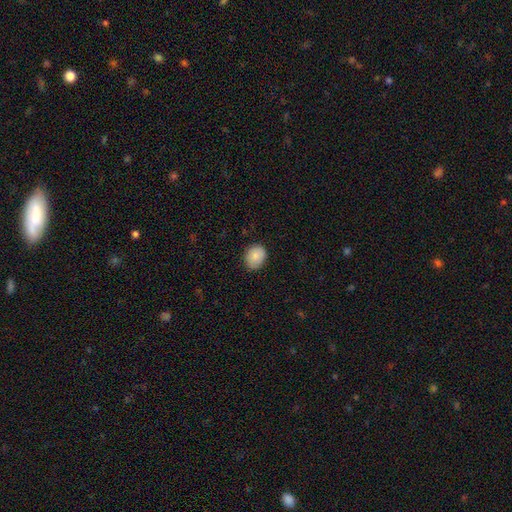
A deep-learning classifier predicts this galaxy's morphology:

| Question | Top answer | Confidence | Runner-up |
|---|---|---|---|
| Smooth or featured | smooth | 85% | star or artifact (8%) |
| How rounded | round | 51% | in between (49%) |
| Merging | none | 82% | minor disturbance (15%) |